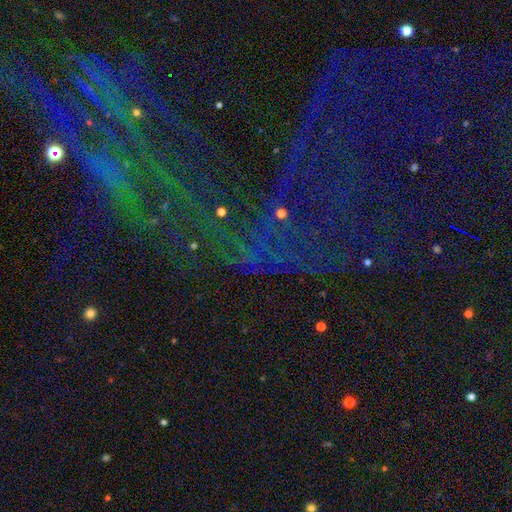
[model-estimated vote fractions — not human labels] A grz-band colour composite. It shows a star or artifact, not a galaxy (81%).